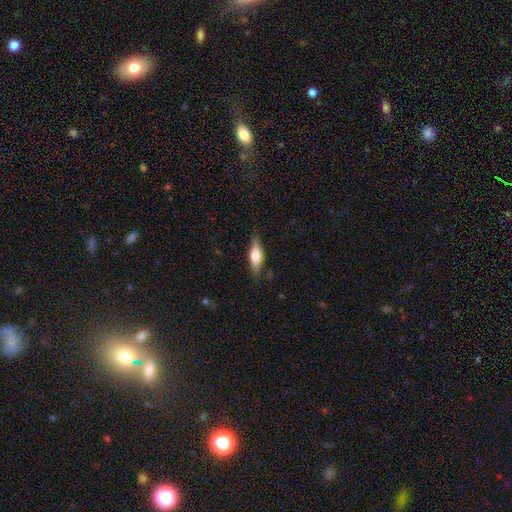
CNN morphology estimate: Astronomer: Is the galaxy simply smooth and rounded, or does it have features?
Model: smooth — 47%, tied with featured or disk at 47%.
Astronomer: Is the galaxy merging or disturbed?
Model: none — 82%.